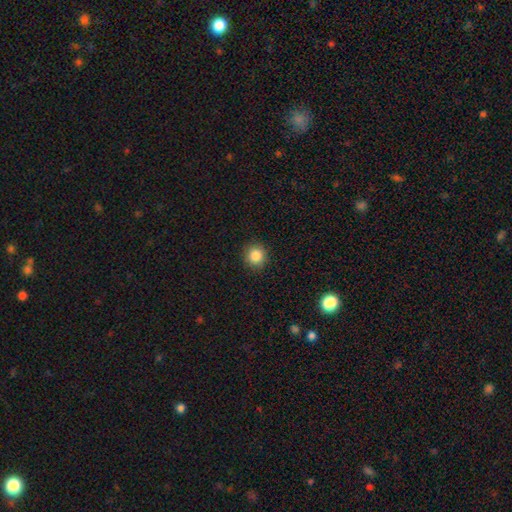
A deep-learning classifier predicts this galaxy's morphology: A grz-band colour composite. It shows a smooth galaxy with no disk features (86%) that is round (90%). Merging: none (90%).